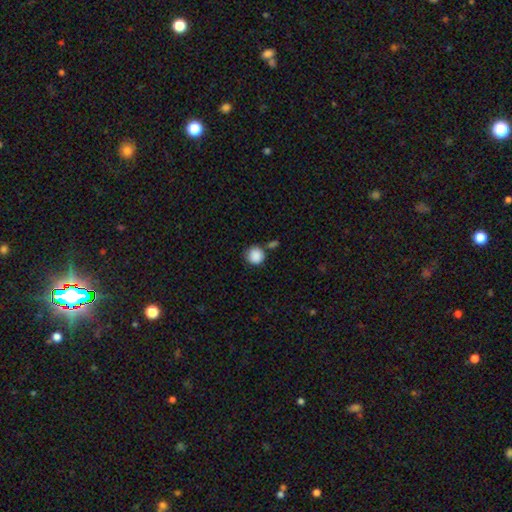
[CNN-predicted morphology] This appears to be a smooth galaxy with no disk features (88%) that is round (93%). Merging: none (71%).